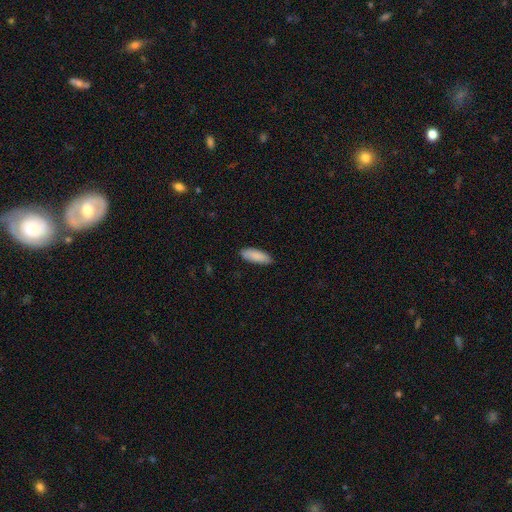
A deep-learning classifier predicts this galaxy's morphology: smooth 89%, featured or disk 6%, star or artifact 6%. Down the decision tree: how rounded — in between (66%); merging — none (85%).